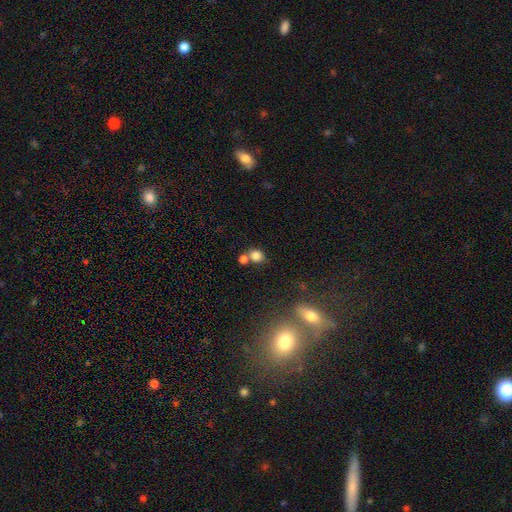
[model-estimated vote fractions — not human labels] Morphology: type=smooth (80%); roundness=round (70%); merging=none (51%).